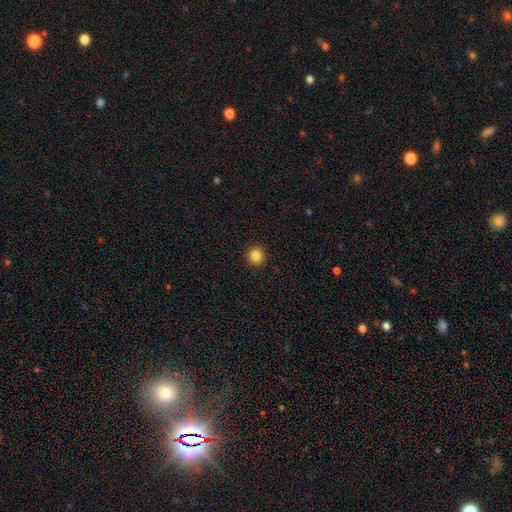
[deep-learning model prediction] Smooth or featured?
  - smooth: 85% *
  - star or artifact: 11%
  - featured or disk: 4%
How rounded?
  - round: 90% *
  - in between: 9%
  - cigar-shaped: 1%
Merging?
  - none: 93% *
  - minor disturbance: 5%
  - major disturbance: 2%
  - merger: 1%